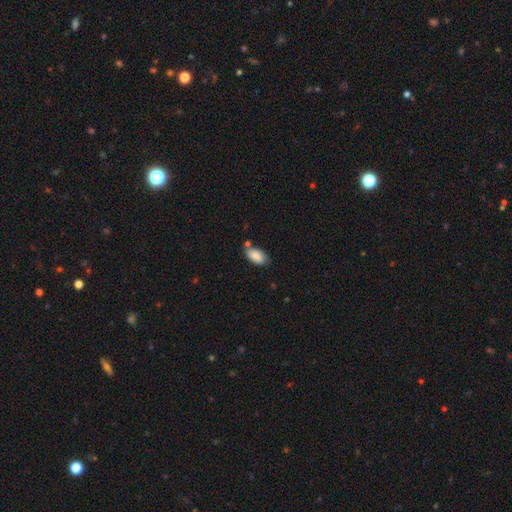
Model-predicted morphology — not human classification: A smooth galaxy with no disk features (84%) that is in between round and cigar-shaped (93%).

Vote fractions:
- Smooth or featured? smooth: 84% / featured or disk: 9% / star or artifact: 7%
- How rounded? in between: 93% / cigar-shaped: 4% / round: 3%
- Merging? none: 64% / minor disturbance: 21% / merger: 10% / major disturbance: 4%